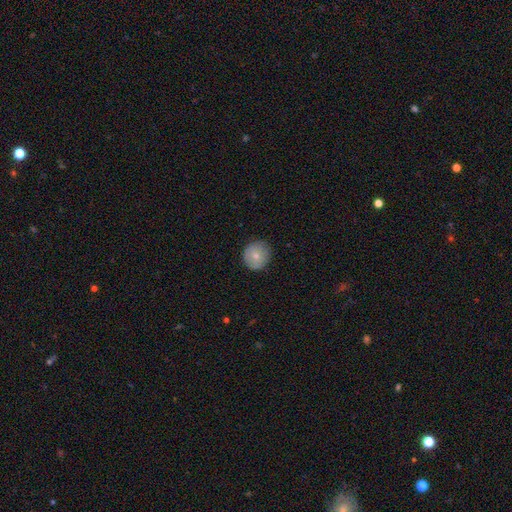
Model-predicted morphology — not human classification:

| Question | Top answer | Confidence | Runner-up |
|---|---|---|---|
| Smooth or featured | smooth | 74% | featured or disk (17%) |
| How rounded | round | 91% | in between (8%) |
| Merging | none | 85% | minor disturbance (12%) |